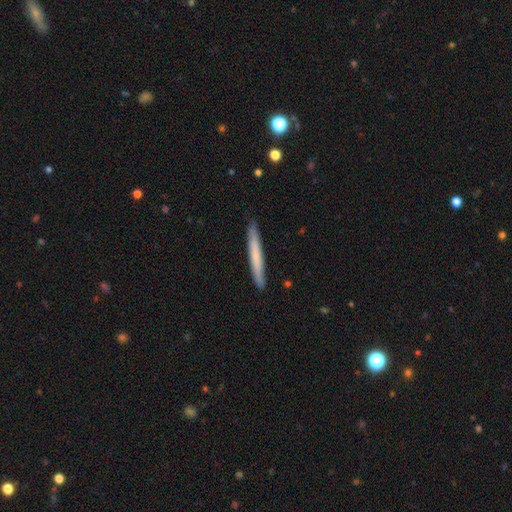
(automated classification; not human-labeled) smooth_or_featured: smooth (p=0.65) [alt: featured or disk p=0.30]
how_rounded: cigar-shaped (p=0.97) [alt: in between p=0.02]
merging: none (p=0.90) [alt: minor disturbance p=0.07]